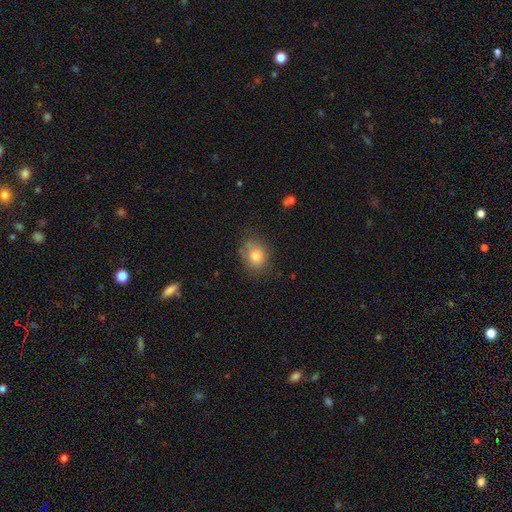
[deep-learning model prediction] The model was most divided on "how rounded": round: 61%, in between: 38%, cigar-shaped: 1%. More confident: smooth or featured — smooth (80%); merging — none (67%).